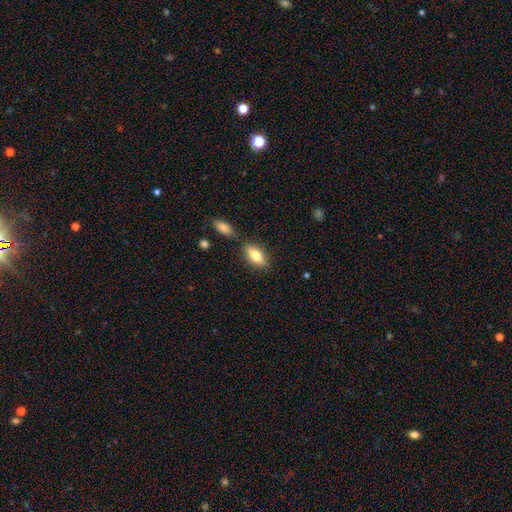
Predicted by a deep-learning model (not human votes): smooth-or-featured: smooth: 72% | featured or disk: 21% | star or artifact: 7%
  how-rounded: in between: 84% | cigar-shaped: 12% | round: 4%
  merging: none: 78% | minor disturbance: 12% | merger: 8% | major disturbance: 3%